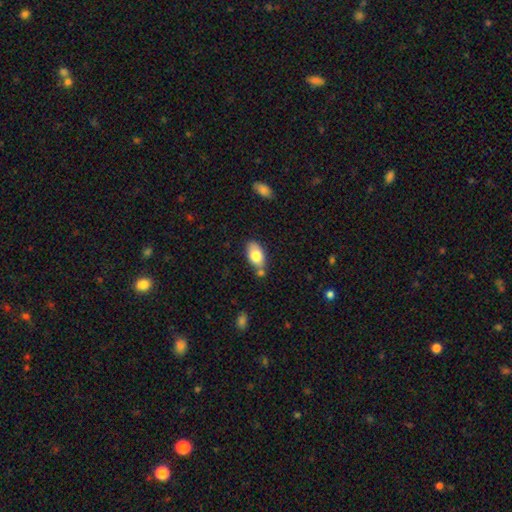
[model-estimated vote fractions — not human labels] Overall: smooth (78%). How rounded: in between (93%). Merging: none (69%).